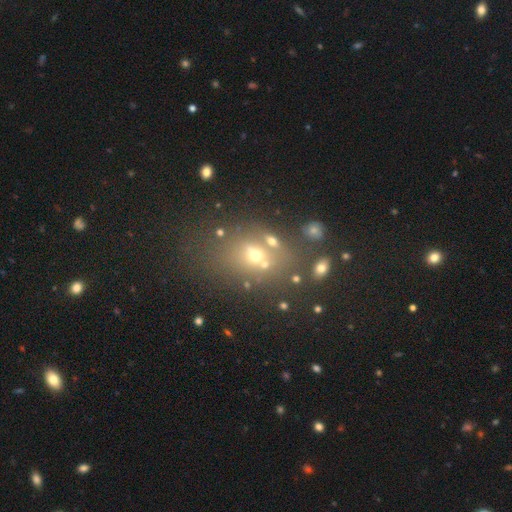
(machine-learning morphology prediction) Overall: smooth (50%; star or artifact 28%). How rounded: in between (56%; round 42%). Merging: none (56%; merger 23%).